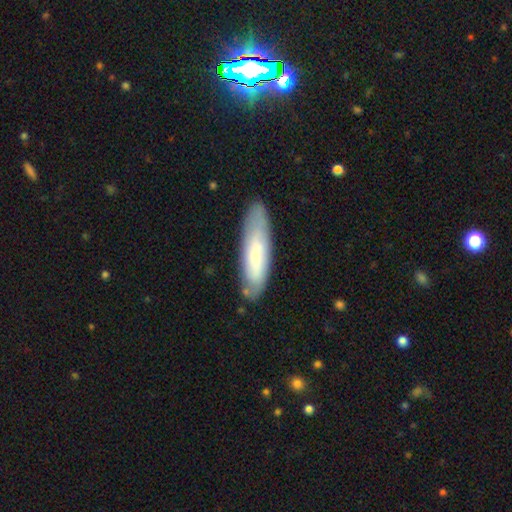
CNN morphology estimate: The model was most divided on "how rounded": cigar-shaped: 63%, in between: 36%, round: 1%. More confident: merging — none (78%); smooth or featured — smooth (63%).